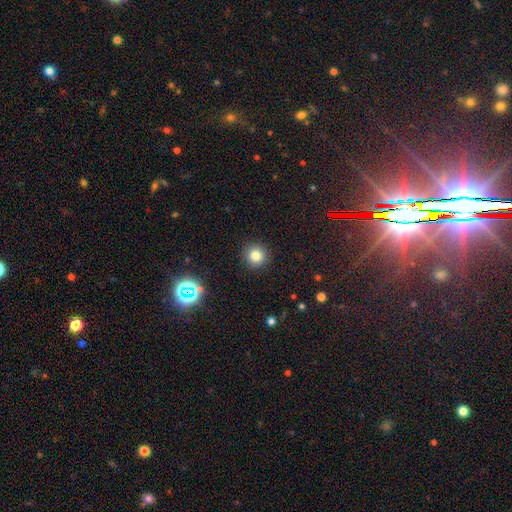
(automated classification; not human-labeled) This is clearly a smooth galaxy (80%). How rounded: clearly round (94%). Merging: clearly none (91%).